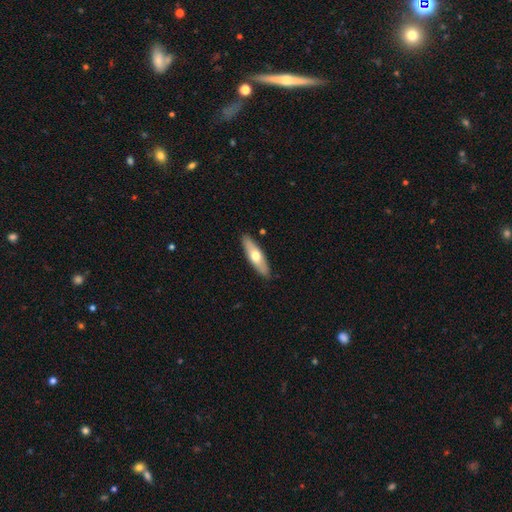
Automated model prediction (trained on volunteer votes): Smooth or featured: smooth — 57% (featured or disk — 38%)
How rounded: cigar-shaped — 53% (in between — 45%)
Merging: none — 89% (minor disturbance — 8%)